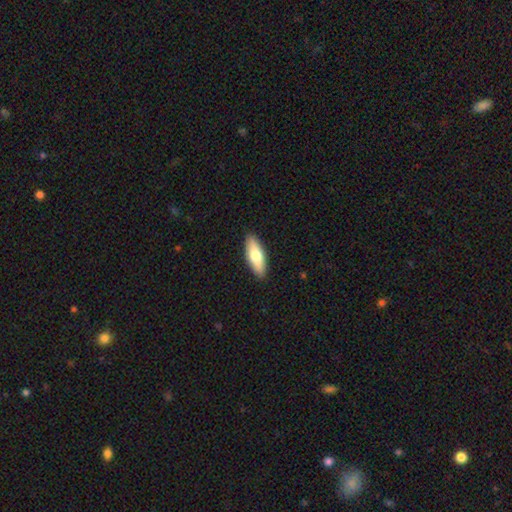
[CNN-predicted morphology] Smooth or featured?
  - smooth: 69% *
  - featured or disk: 26%
  - star or artifact: 6%
How rounded?
  - in between: 63% *
  - cigar-shaped: 35%
  - round: 2%
Merging?
  - none: 90% *
  - minor disturbance: 8%
  - major disturbance: 2%
  - merger: 1%